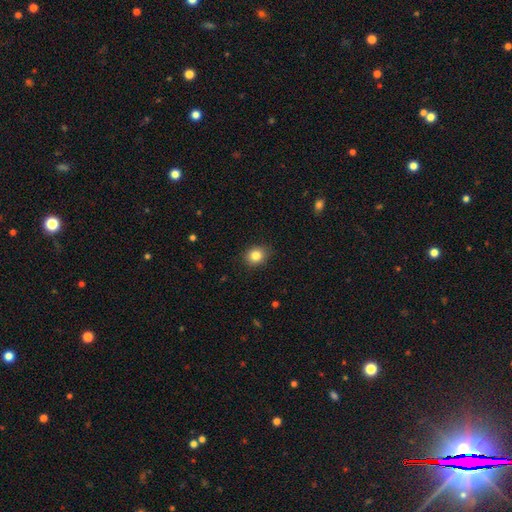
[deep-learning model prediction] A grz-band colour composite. It shows a smooth galaxy with no disk features (84%) that is round (67%). Merging: none (87%).